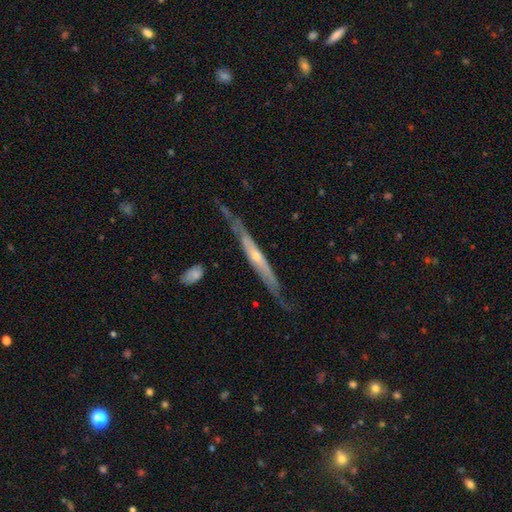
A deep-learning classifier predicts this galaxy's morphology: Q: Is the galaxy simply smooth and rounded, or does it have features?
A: featured or disk — 77%.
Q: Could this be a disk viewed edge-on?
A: yes — 85%.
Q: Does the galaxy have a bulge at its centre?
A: rounded — 61%.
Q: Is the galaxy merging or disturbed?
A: none — 68%.